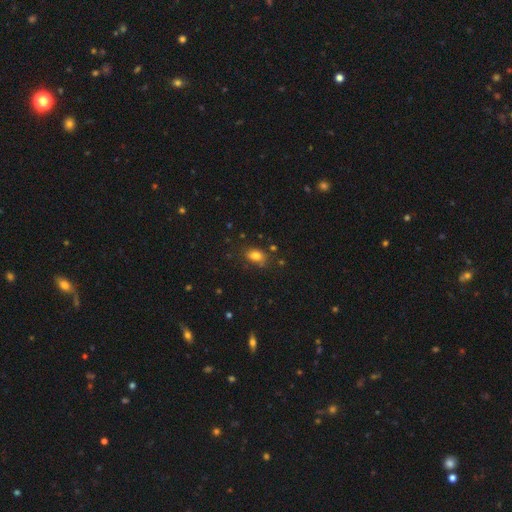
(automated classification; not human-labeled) A smooth galaxy with no disk features (80%) that is in between round and cigar-shaped (76%).

Vote fractions:
- Smooth or featured? smooth: 80% / star or artifact: 11% / featured or disk: 8%
- How rounded? in between: 76% / round: 22% / cigar-shaped: 2%
- Merging? none: 74% / minor disturbance: 18% / major disturbance: 5% / merger: 4%